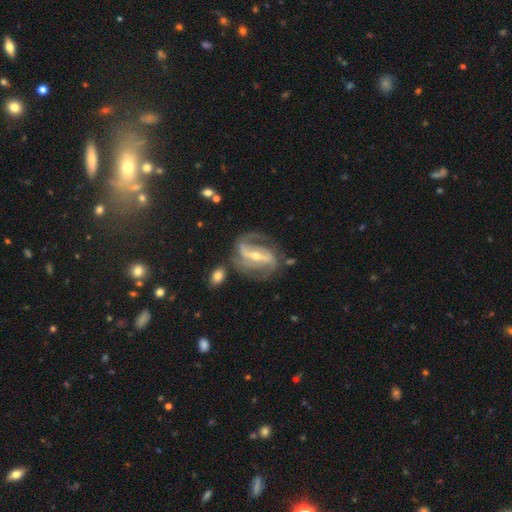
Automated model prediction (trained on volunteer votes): Smooth or featured? Predicted: featured or disk (p=0.89). Edge-on disk? Predicted: no (p=0.94). Bar? Predicted: strong (p=0.69). Spiral arms? Predicted: yes (p=0.94). Spiral winding? Predicted: medium (p=0.46). Spiral arm count? Predicted: 2 (p=0.74). Bulge size? Predicted: small (p=0.50). Merging? Predicted: none (p=0.64).